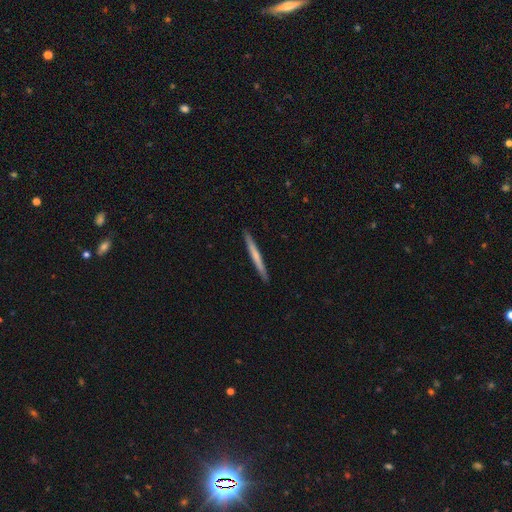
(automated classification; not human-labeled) smooth_or_featured: smooth (p=0.55) [alt: featured or disk p=0.40]
how_rounded: cigar-shaped (p=0.97) [alt: in between p=0.02]
merging: none (p=0.93) [alt: minor disturbance p=0.05]